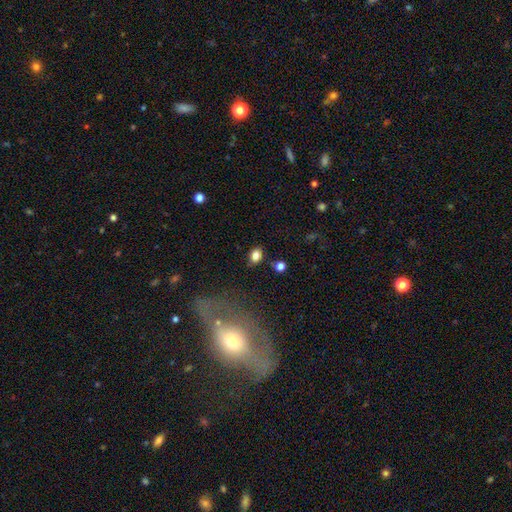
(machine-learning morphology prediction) smooth 82%, star or artifact 11%, featured or disk 7%. Down the decision tree: how rounded — in between (70%); merging — none (79%).